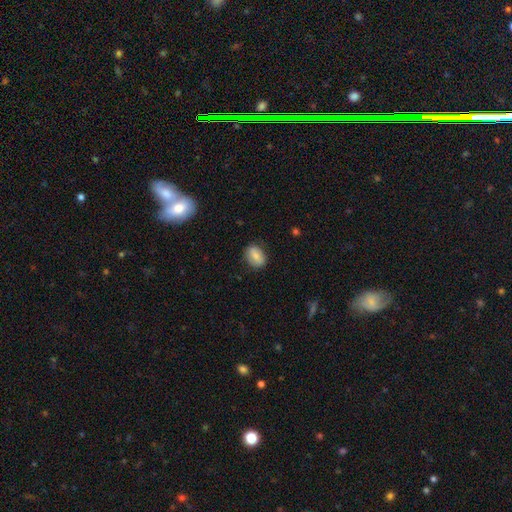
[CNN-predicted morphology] A smooth galaxy with no disk features (78%) that is in between round and cigar-shaped (76%). Merging: none (80%).